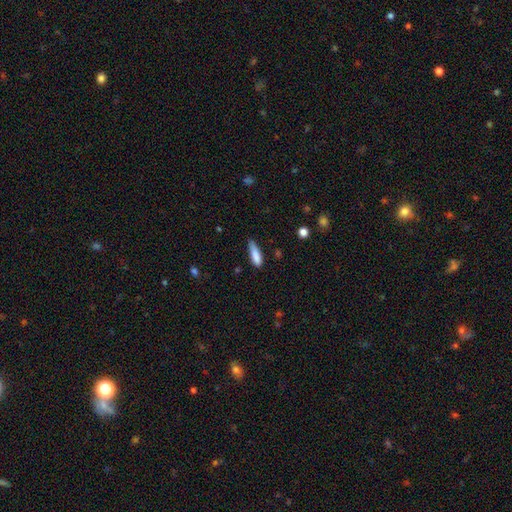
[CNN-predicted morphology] This is clearly a smooth galaxy (84%). How rounded: likely cigar-shaped (62%). Merging: possibly none (57%).